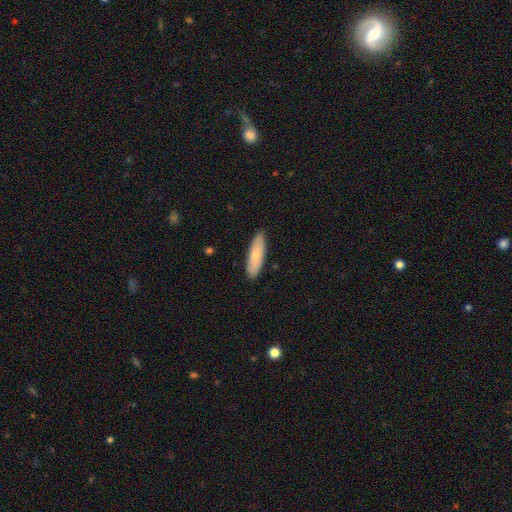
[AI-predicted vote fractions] Smooth or featured? Predicted: smooth (p=0.78). How rounded? Predicted: cigar-shaped (p=0.57). Merging? Predicted: none (p=0.88).